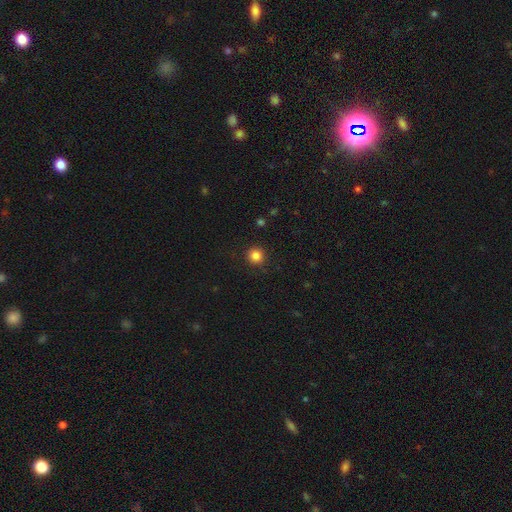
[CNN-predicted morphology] Smooth or featured?
  - smooth: 85% *
  - star or artifact: 12%
  - featured or disk: 3%
How rounded?
  - round: 93% *
  - in between: 6%
  - cigar-shaped: 1%
Merging?
  - none: 90% *
  - minor disturbance: 6%
  - major disturbance: 2%
  - merger: 1%